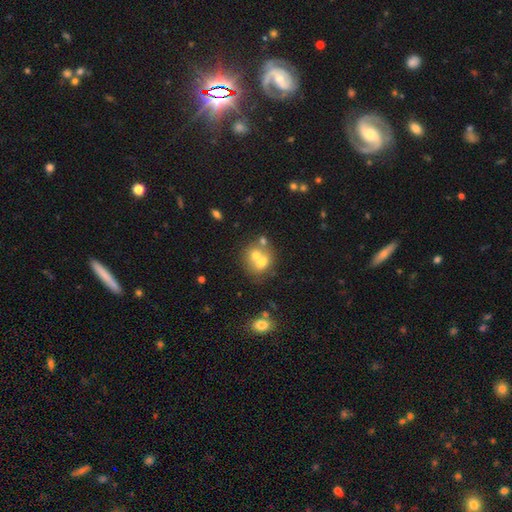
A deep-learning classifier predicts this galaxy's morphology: Smooth or featured: smooth — 61% (featured or disk — 27%)
How rounded: round — 70% (in between — 29%)
Merging: merger — 57% (none — 32%)